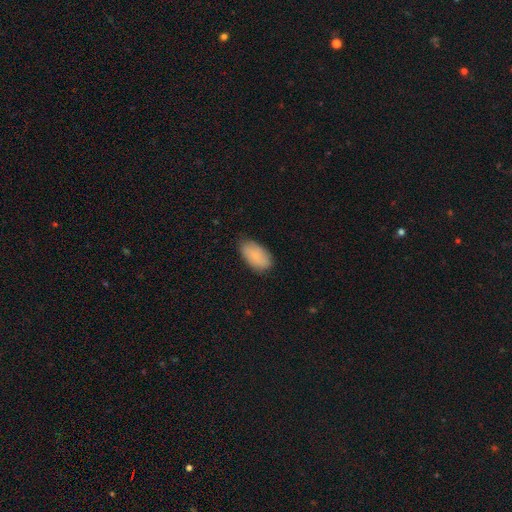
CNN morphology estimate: smooth 84%, featured or disk 9%, star or artifact 6%. Down the decision tree: how rounded — in between (94%); merging — none (79%).